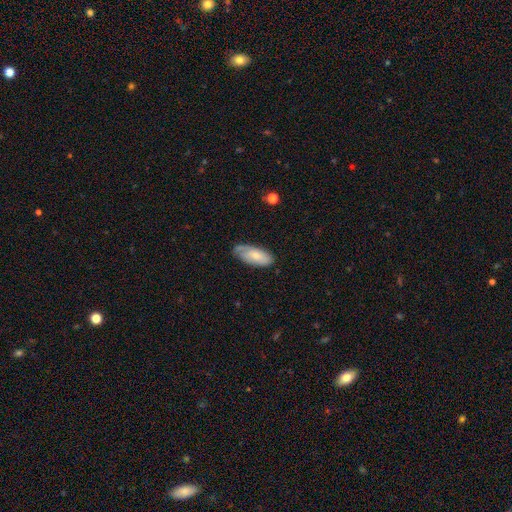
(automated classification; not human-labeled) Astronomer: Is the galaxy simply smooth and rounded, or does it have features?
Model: smooth — 63%.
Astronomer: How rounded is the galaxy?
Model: in between — 87%.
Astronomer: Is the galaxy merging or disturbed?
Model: none — 62%.